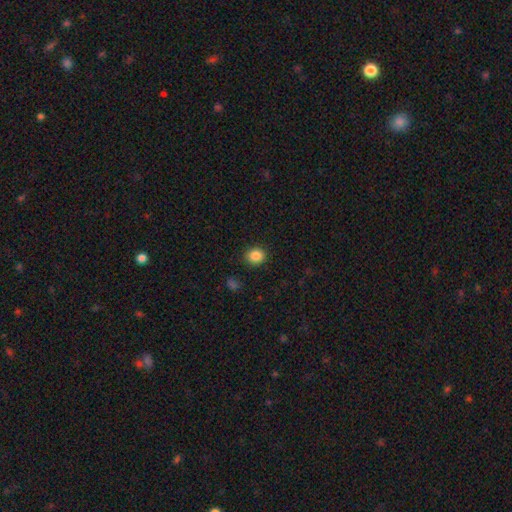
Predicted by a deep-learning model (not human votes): smooth_or_featured: smooth (p=0.87) [alt: star or artifact p=0.10]
how_rounded: round (p=0.73) [alt: in between p=0.26]
merging: none (p=0.89) [alt: minor disturbance p=0.08]